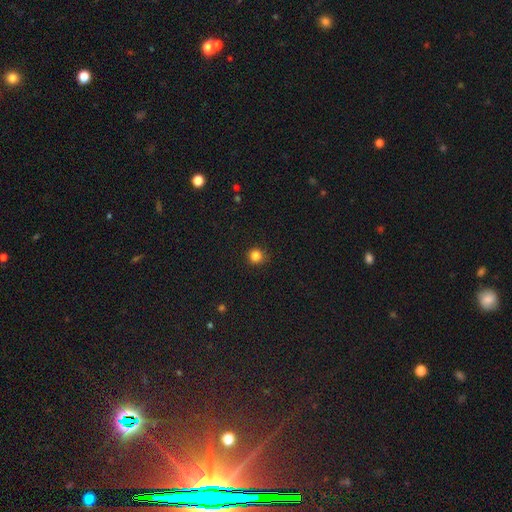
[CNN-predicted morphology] A smooth galaxy with no disk features (84%) that is round (93%).

Vote fractions:
- Smooth or featured? smooth: 84% / star or artifact: 13% / featured or disk: 4%
- How rounded? round: 93% / in between: 6% / cigar-shaped: 1%
- Merging? none: 90% / minor disturbance: 7% / major disturbance: 2% / merger: 1%